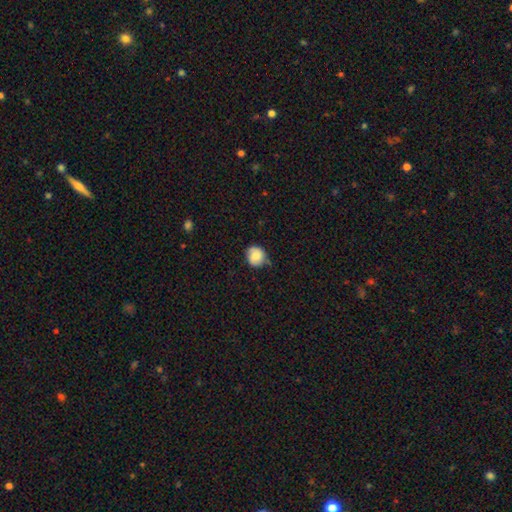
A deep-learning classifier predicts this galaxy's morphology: Smooth or featured? Predicted: smooth (p=0.78). How rounded? Predicted: round (p=0.85). Merging? Predicted: none (p=0.71).